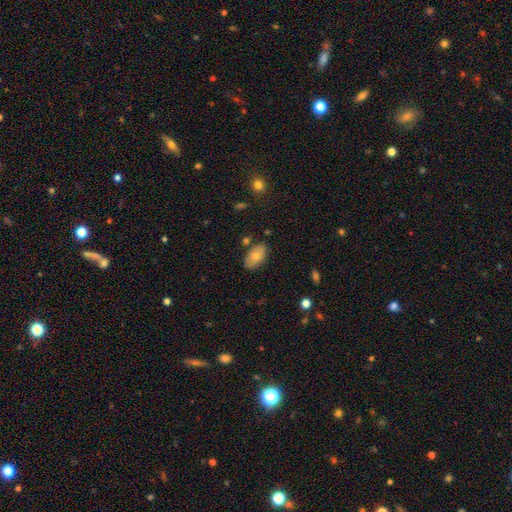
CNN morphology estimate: smooth 67%, featured or disk 24%, star or artifact 9%. Down the decision tree: how rounded — in between (93%); merging — none (80%).